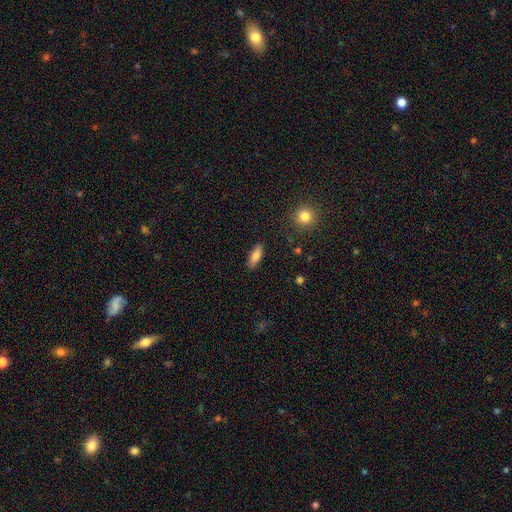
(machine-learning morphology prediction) This appears to be a smooth galaxy with no disk features (78%) that is in between round and cigar-shaped (60%). Merging: none (86%).